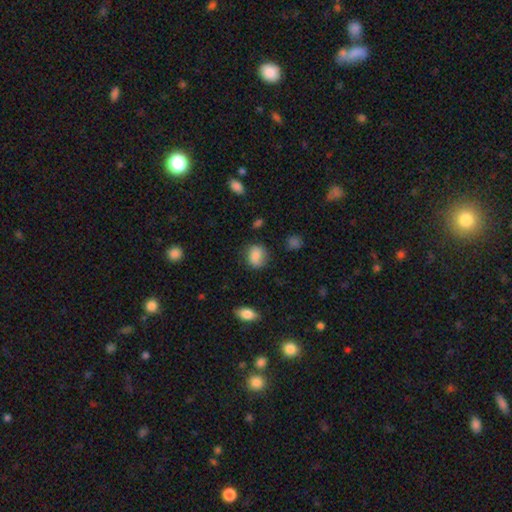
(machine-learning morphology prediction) This appears to be a smooth galaxy with no disk features (82%) that is round (54%). Merging: none (72%).